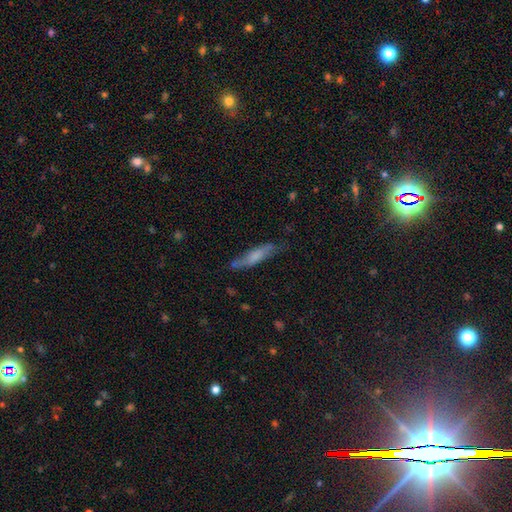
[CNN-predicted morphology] Smooth or featured: smooth — 61% (featured or disk — 33%)
How rounded: cigar-shaped — 77% (in between — 22%)
Merging: none — 66% (minor disturbance — 24%)